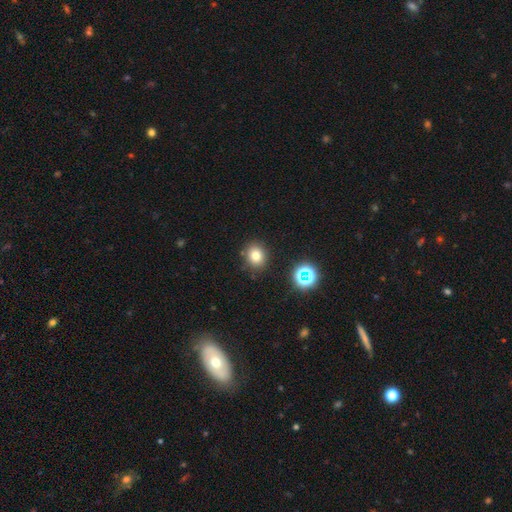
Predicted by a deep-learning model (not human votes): Morphology: type=smooth (76%); roundness=round (73%); merging=none (86%).